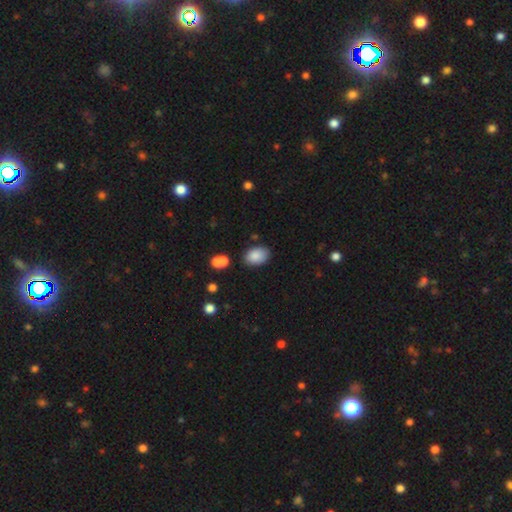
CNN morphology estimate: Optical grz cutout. It shows a smooth galaxy with no disk features (87%) that is in between round and cigar-shaped (87%). Merging: none (79%).